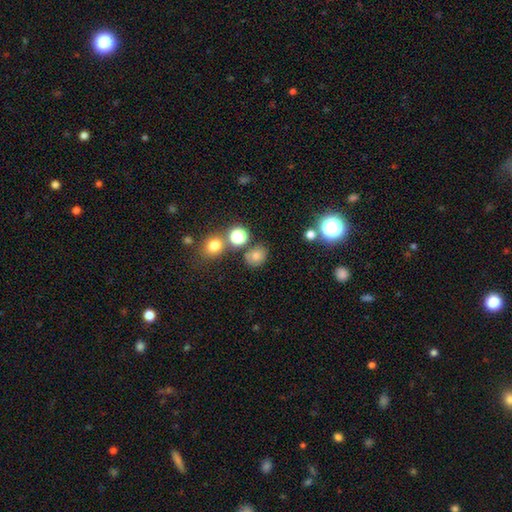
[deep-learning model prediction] Q: Smooth or featured?
A: smooth (71%); runner-up: star or artifact (19%)
Q: How rounded?
A: round (63%); runner-up: in between (36%)
Q: Merging?
A: none (73%); runner-up: minor disturbance (12%)